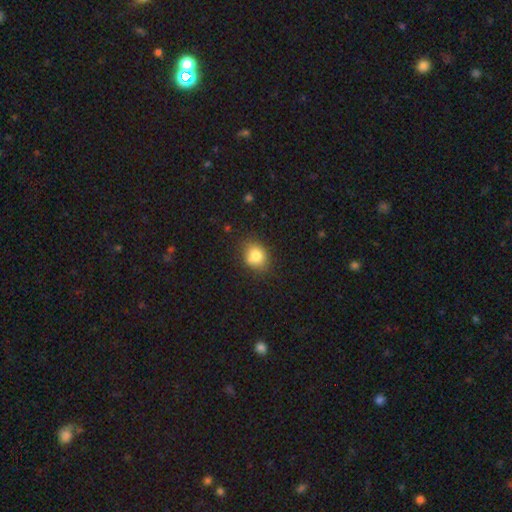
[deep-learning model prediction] Smooth or featured? Predicted: smooth (p=0.81). How rounded? Predicted: round (p=0.61). Merging? Predicted: none (p=0.73).